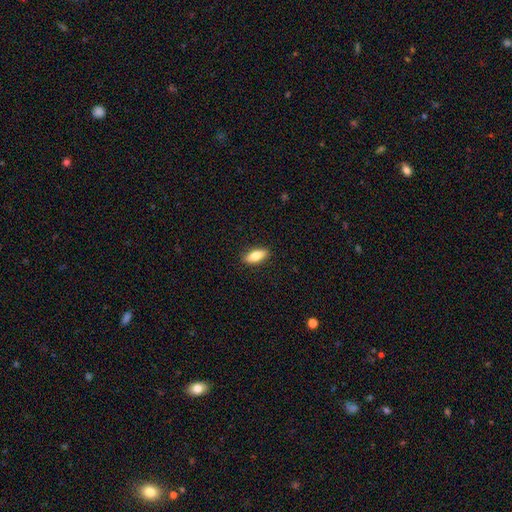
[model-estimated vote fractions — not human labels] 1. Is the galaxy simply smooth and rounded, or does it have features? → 78% smooth, 15% featured or disk, 6% star or artifact.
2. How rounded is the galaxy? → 76% in between, 21% cigar-shaped, 3% round.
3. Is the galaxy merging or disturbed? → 89% none, 8% minor disturbance, 2% major disturbance, 1% merger.